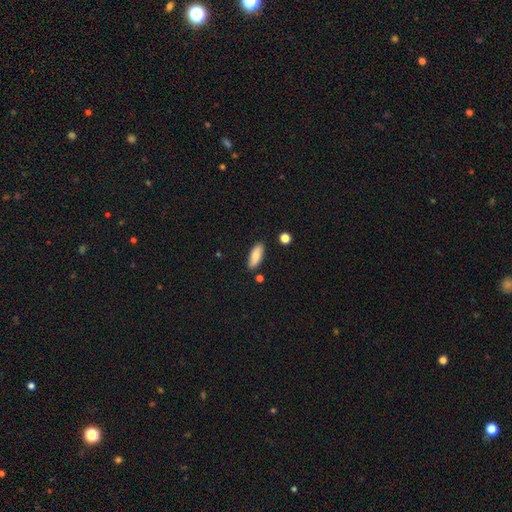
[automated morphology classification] type=smooth (81%); roundness=in between (73%); merging=none (85%).